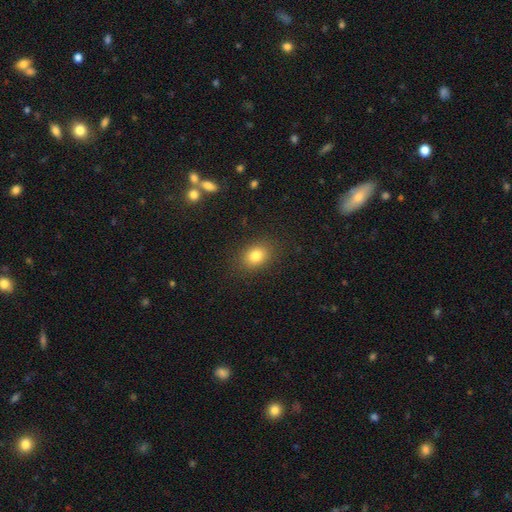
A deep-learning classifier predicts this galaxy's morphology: Smooth or featured?
  - smooth: 82% *
  - star or artifact: 11%
  - featured or disk: 8%
How rounded?
  - in between: 63% *
  - round: 36%
  - cigar-shaped: 1%
Merging?
  - none: 86% *
  - minor disturbance: 10%
  - major disturbance: 3%
  - merger: 1%